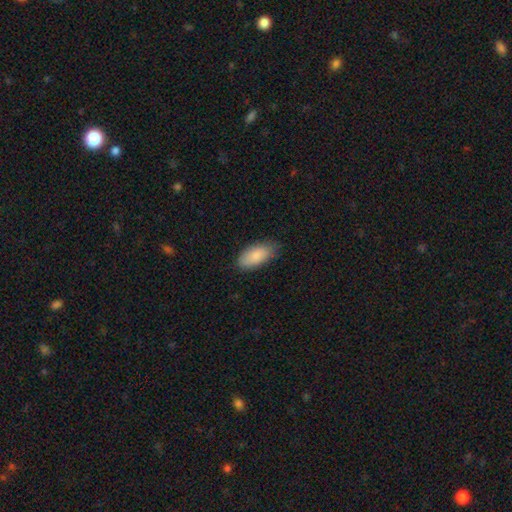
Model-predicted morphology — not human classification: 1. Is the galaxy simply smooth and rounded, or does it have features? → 85% smooth, 9% featured or disk, 6% star or artifact.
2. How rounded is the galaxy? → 92% in between, 6% cigar-shaped, 2% round.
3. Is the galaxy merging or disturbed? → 78% none, 18% minor disturbance, 3% major disturbance, 1% merger.